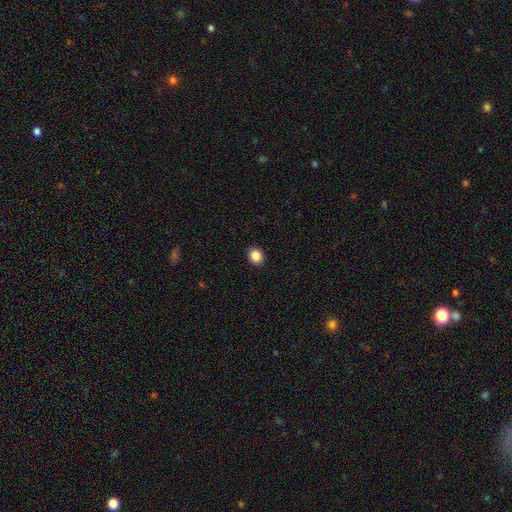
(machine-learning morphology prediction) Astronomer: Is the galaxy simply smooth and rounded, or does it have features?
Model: smooth — 87%.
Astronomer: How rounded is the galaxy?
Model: round — 56% (runner-up: in between, 43%).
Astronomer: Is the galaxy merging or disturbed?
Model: none — 92%.